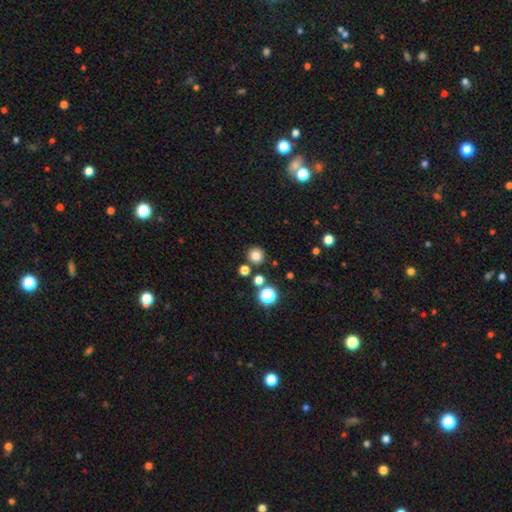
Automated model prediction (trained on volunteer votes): Morphology: type=smooth (79%); roundness=round (94%); merging=none (86%).